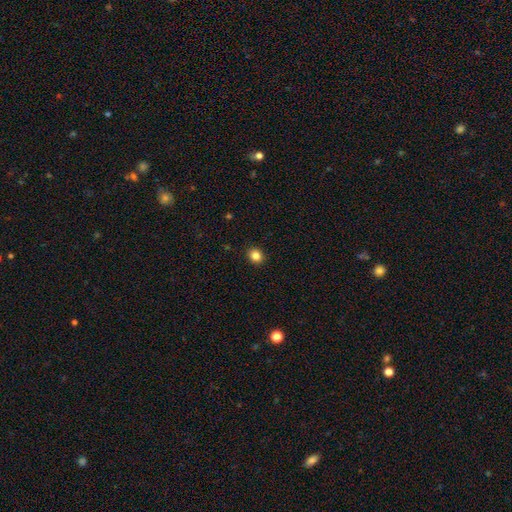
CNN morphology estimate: This appears to be a smooth galaxy with no disk features (84%) that is round (77%). Merging: none (92%).